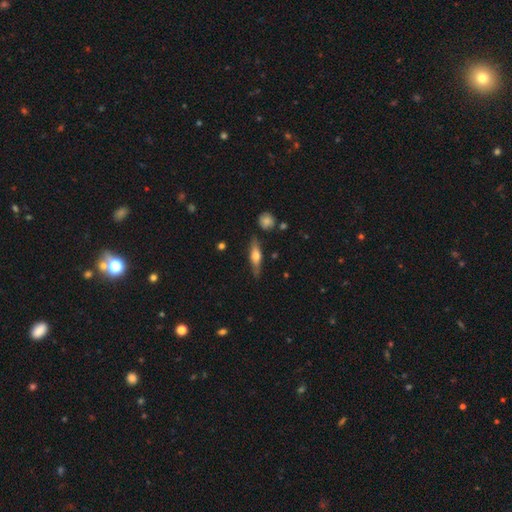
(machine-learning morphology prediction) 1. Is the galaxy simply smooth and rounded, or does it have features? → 49% featured or disk, 44% smooth, 7% star or artifact.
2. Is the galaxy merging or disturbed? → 79% none, 15% minor disturbance, 3% major disturbance, 3% merger.